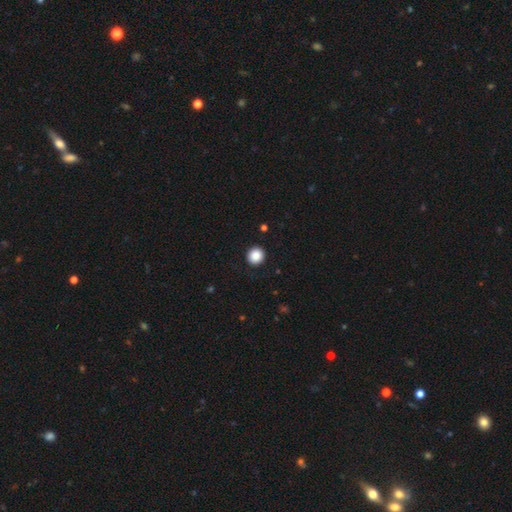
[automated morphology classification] type=smooth (88%); roundness=round (93%); merging=none (92%).